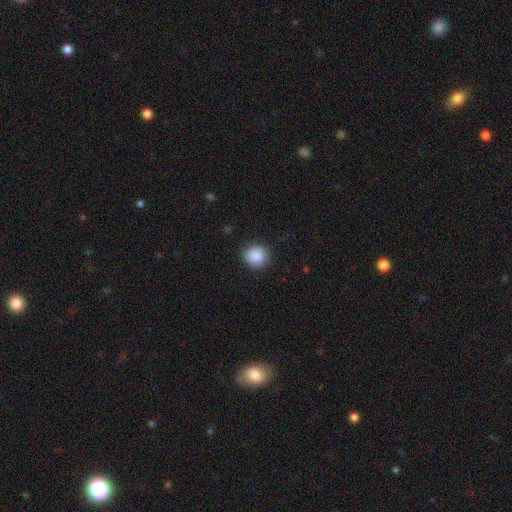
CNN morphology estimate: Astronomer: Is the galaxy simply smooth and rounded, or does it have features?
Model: smooth — 89%.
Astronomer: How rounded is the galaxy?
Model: round — 86%.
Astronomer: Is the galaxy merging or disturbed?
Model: none — 87%.